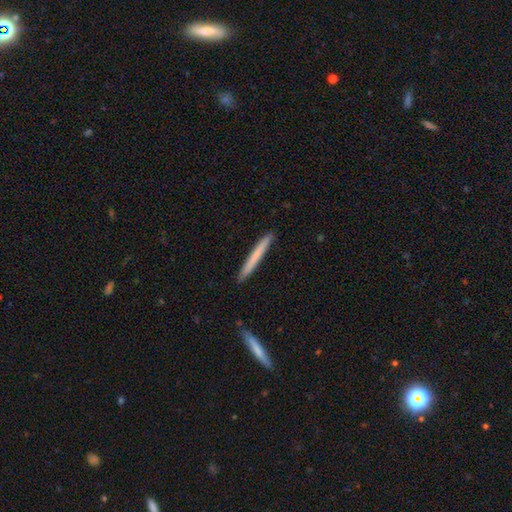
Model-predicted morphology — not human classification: Smooth or featured? smooth (68%)
How rounded? cigar-shaped (97%)
Merging? none (92%)